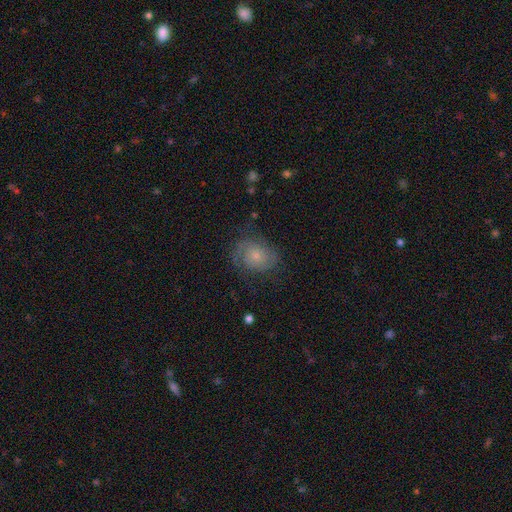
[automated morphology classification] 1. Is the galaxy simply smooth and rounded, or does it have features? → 63% featured or disk, 28% smooth, 9% star or artifact.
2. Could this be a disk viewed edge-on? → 98% no, 2% yes.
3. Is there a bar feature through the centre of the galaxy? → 76% no, 21% weak, 3% strong.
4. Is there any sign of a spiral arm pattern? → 89% yes, 11% no.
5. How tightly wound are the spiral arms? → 47% tight, 38% medium, 15% loose.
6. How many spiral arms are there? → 59% 2, 22% can't tell, 8% 1, 6% 3, 3% 4, 2% more than 4.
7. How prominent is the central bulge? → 59% small, 30% moderate, 6% none, 3% large, 1% dominant.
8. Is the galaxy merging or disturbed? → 69% none, 19% minor disturbance, 11% major disturbance, 1% merger.